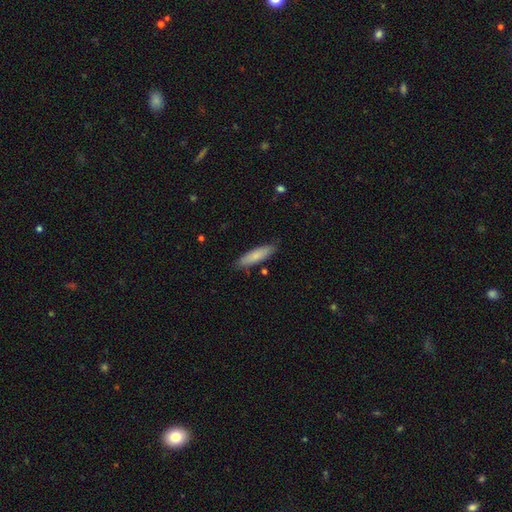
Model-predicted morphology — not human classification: Overall: smooth (79%). How rounded: cigar-shaped (69%; in between 30%). Merging: none (85%).